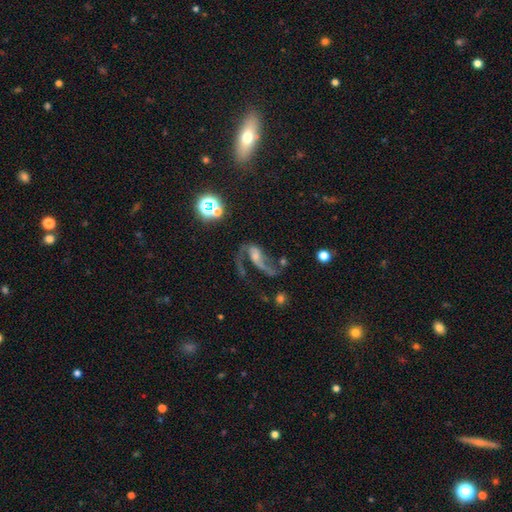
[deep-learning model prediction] smooth-or-featured: featured or disk: 71% | star or artifact: 17% | smooth: 12%
  disk-edge-on: no: 94% | yes: 6%
    bar: no: 42% | weak: 35% | strong: 23%
    has-spiral-arms: yes: 87% | no: 13%
      spiral-winding: loose: 76% | medium: 19% | tight: 5%
      spiral-arm-count: 2: 72% | 1: 21% | can't tell: 4% | 3: 1% | 4: 1% | more than 4: 1%
    bulge-size: small: 40% | moderate: 30% | none: 21% | large: 6% | dominant: 2%
  merging: none: 38% | major disturbance: 36% | minor disturbance: 15% | merger: 11%